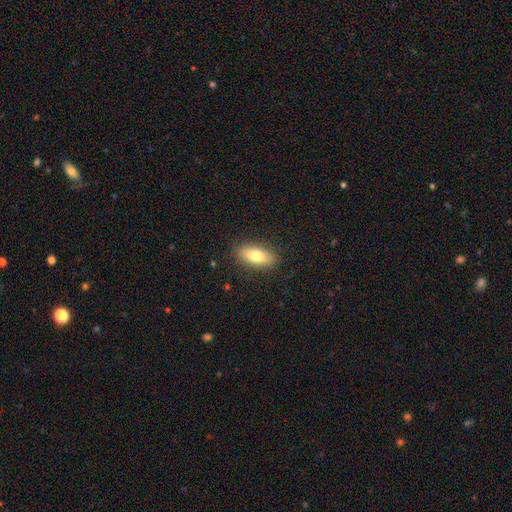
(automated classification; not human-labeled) Smooth or featured? smooth (77%)
How rounded? in between (80%)
Merging? none (87%)